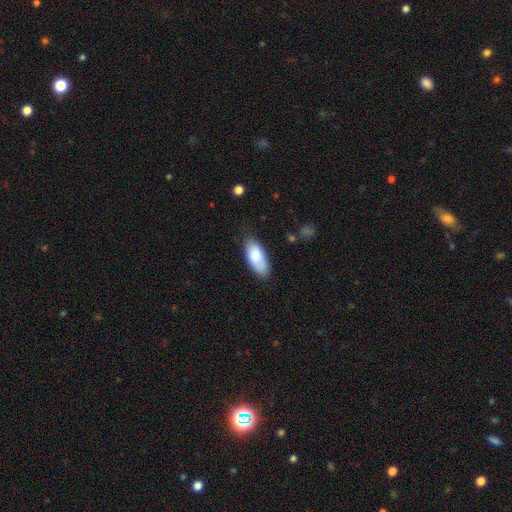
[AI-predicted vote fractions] Smooth or featured? Predicted: smooth (p=0.79). How rounded? Predicted: in between (p=0.86). Merging? Predicted: none (p=0.70).